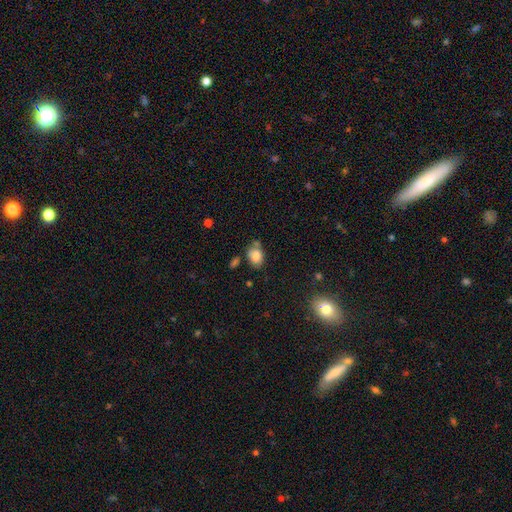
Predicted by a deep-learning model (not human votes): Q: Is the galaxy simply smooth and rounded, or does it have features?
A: smooth — 81%.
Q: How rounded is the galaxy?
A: in between — 75%.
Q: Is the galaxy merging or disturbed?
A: none — 59%.